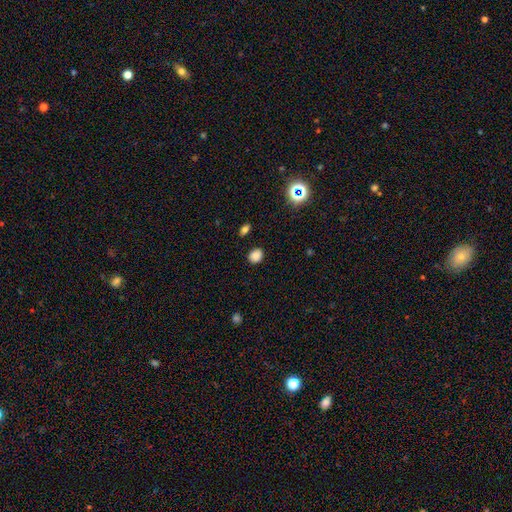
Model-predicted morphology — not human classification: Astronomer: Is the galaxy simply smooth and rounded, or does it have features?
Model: smooth — 83%.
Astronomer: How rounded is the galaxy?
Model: round — 61% (runner-up: in between, 38%).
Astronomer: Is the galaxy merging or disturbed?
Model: none — 86%.